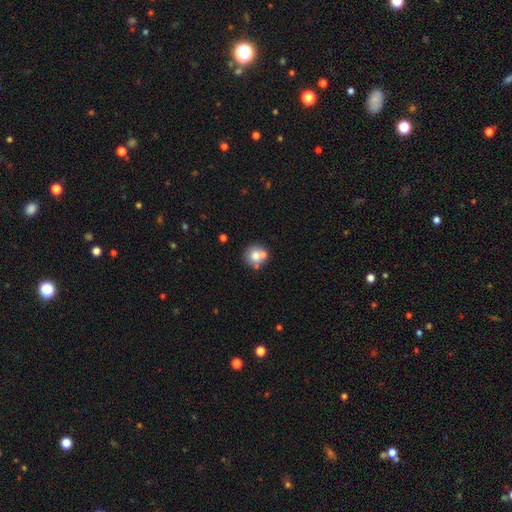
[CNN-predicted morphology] The model was most divided on "merging": none: 60%, merger: 26%, minor disturbance: 11%, major disturbance: 3%. More confident: how rounded — round (90%); smooth or featured — smooth (72%).